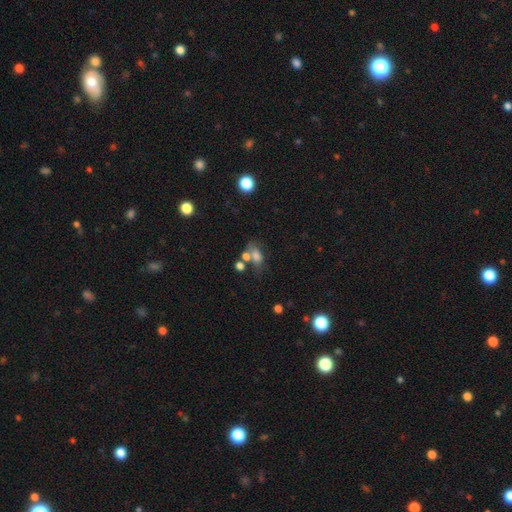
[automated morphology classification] Smooth or featured? smooth (65%)
How rounded? in between (78%)
Merging? none (36%)